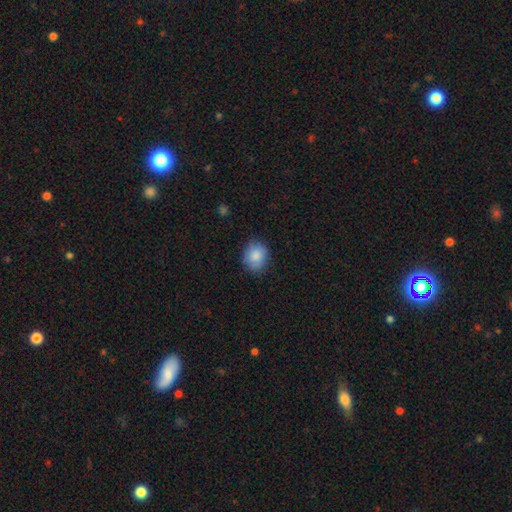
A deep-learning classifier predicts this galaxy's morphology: A smooth galaxy with no disk features (85%) that is round (65%).

Vote fractions:
- Smooth or featured? smooth: 85% / star or artifact: 7% / featured or disk: 7%
- How rounded? round: 65% / in between: 34% / cigar-shaped: 1%
- Merging? none: 80% / minor disturbance: 16% / major disturbance: 3% / merger: 1%